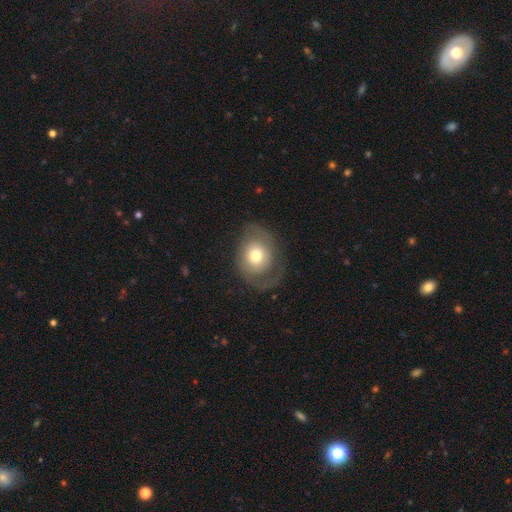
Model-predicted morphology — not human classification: This is possibly a smooth galaxy (52%). How rounded: possibly round (51%). Merging: possibly none (57%).